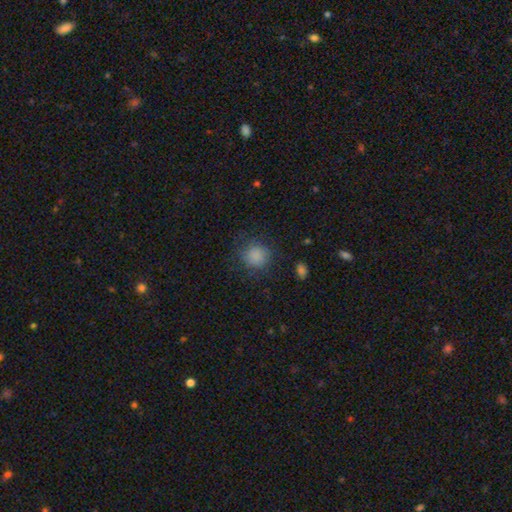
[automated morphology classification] type=smooth (83%); roundness=round (86%); merging=none (75%).